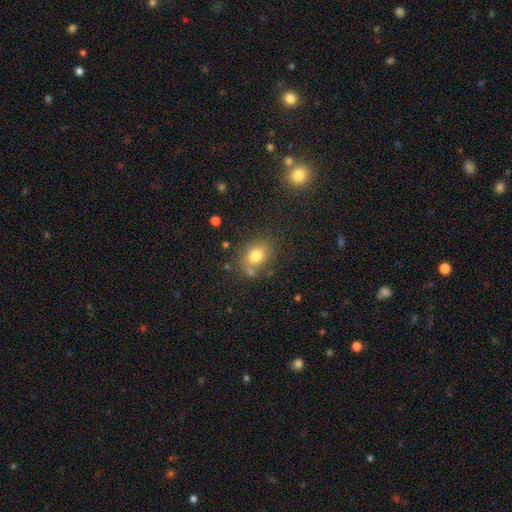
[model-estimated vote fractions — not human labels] smooth 78%, star or artifact 12%, featured or disk 10%. Down the decision tree: how rounded — in between (63%); merging — none (68%).